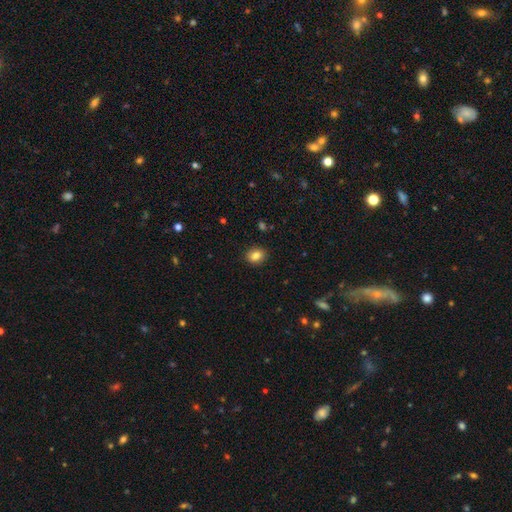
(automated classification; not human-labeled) smooth-or-featured: smooth: 84% | star or artifact: 10% | featured or disk: 6%
  how-rounded: round: 50% | in between: 49% | cigar-shaped: 1%
  merging: none: 90% | minor disturbance: 7% | major disturbance: 2% | merger: 1%